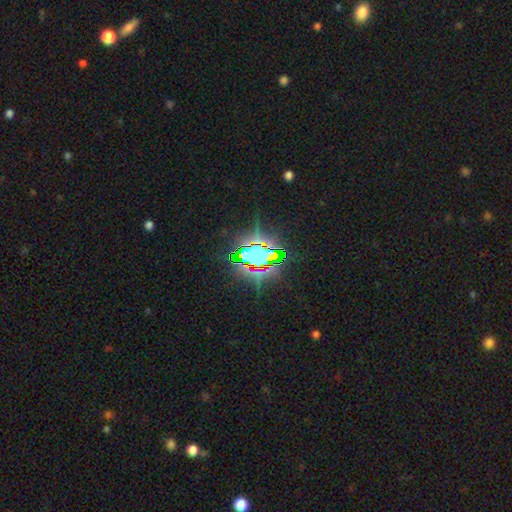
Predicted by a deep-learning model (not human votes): star or artifact 72%, smooth 15%, featured or disk 13%.